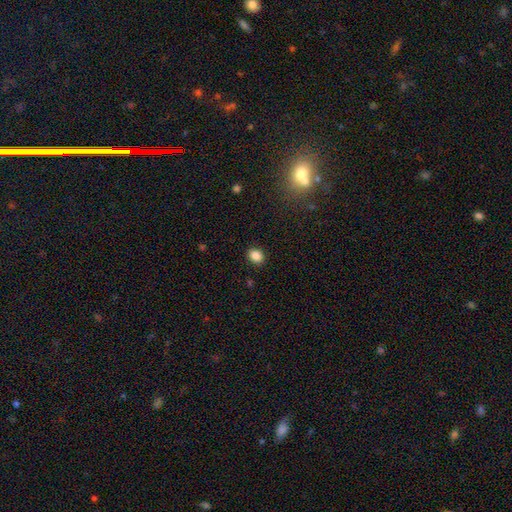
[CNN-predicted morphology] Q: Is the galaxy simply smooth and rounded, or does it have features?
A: smooth — 86%.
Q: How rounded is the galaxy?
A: round — 57%.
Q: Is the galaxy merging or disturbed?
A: none — 91%.